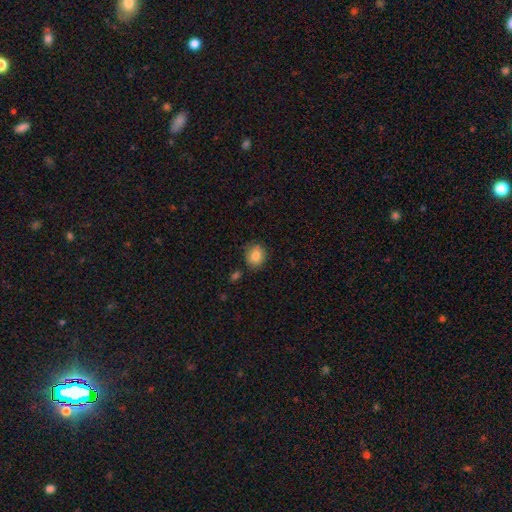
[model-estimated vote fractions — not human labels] This is clearly a smooth galaxy (84%). How rounded: likely round (77%). Merging: clearly none (81%).